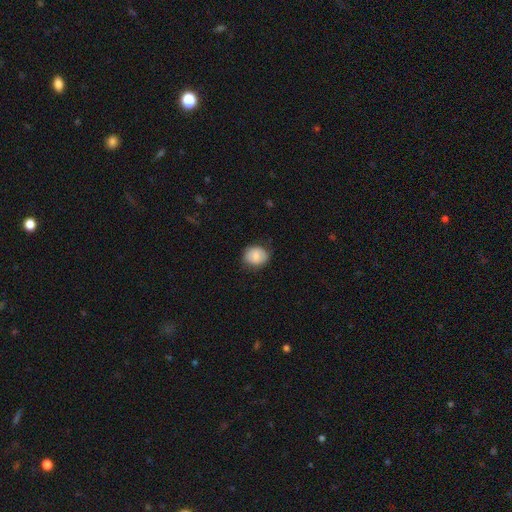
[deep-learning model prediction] smooth-or-featured: smooth: 79% | featured or disk: 14% | star or artifact: 8%
  how-rounded: round: 67% | in between: 32% | cigar-shaped: 1%
  merging: none: 78% | minor disturbance: 17% | major disturbance: 4% | merger: 1%